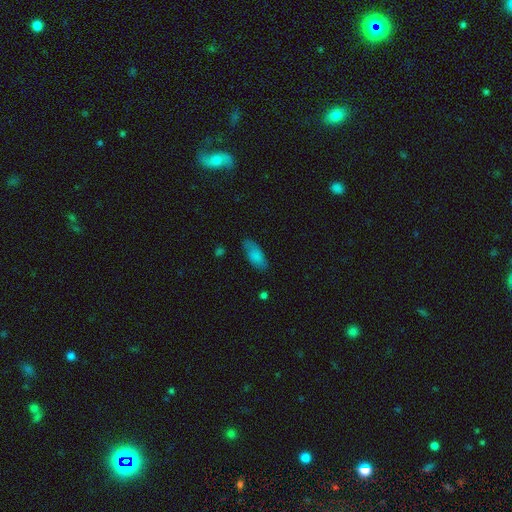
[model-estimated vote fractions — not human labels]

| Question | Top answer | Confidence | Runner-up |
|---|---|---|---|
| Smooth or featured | smooth | 82% | featured or disk (11%) |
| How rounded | in between | 83% | cigar-shaped (15%) |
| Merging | none | 74% | minor disturbance (20%) |